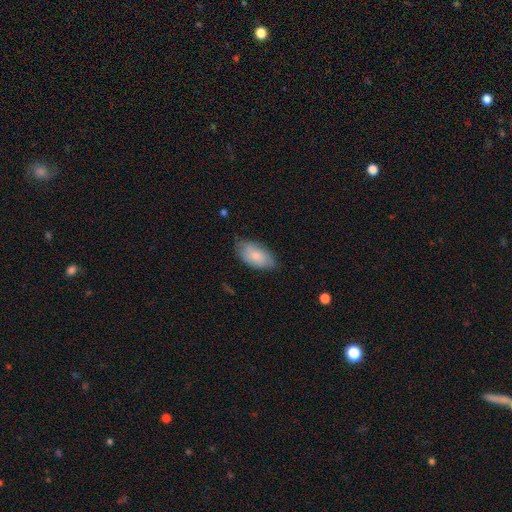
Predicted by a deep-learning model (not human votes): Q: Smooth or featured?
A: smooth (80%); runner-up: featured or disk (14%)
Q: How rounded?
A: in between (94%); runner-up: round (3%)
Q: Merging?
A: none (72%); runner-up: minor disturbance (23%)